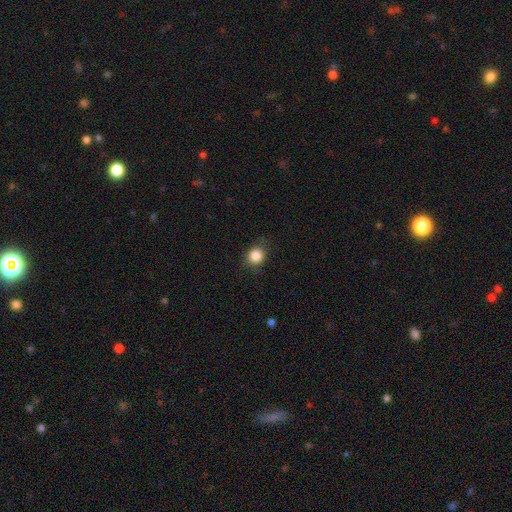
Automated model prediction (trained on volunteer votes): Smooth or featured?
  - smooth: 85% *
  - star or artifact: 10%
  - featured or disk: 5%
How rounded?
  - round: 79% *
  - in between: 20%
  - cigar-shaped: 1%
Merging?
  - none: 81% *
  - minor disturbance: 14%
  - major disturbance: 4%
  - merger: 1%